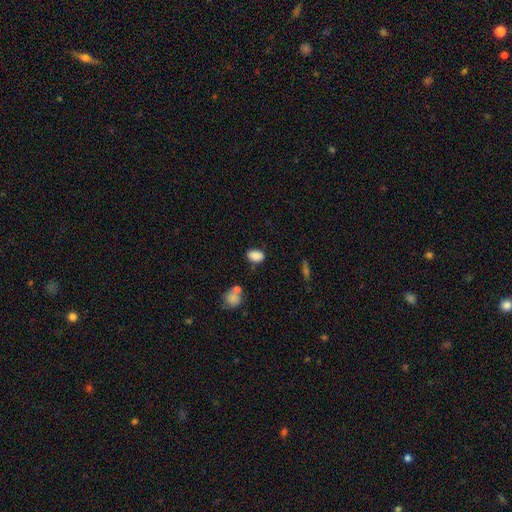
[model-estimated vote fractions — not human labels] Smooth or featured? Predicted: smooth (p=0.87). How rounded? Predicted: in between (p=0.86). Merging? Predicted: none (p=0.79).